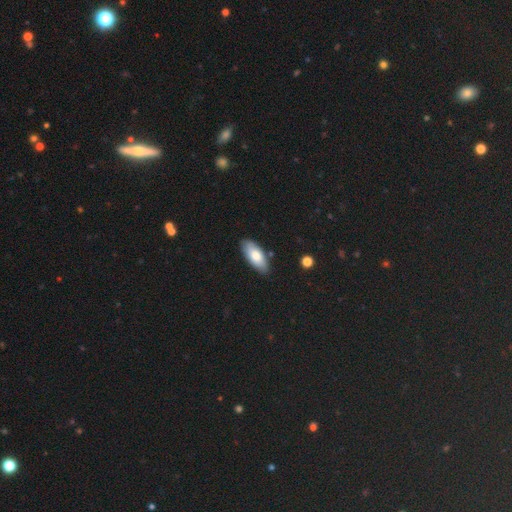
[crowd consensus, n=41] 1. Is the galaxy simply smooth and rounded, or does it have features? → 66% smooth, 32% featured or disk, 2% star or artifact.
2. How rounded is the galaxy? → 96% in between, 4% cigar-shaped, 0% round.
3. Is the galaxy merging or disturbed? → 92% none, 5% minor disturbance, 2% major disturbance, 0% merger.